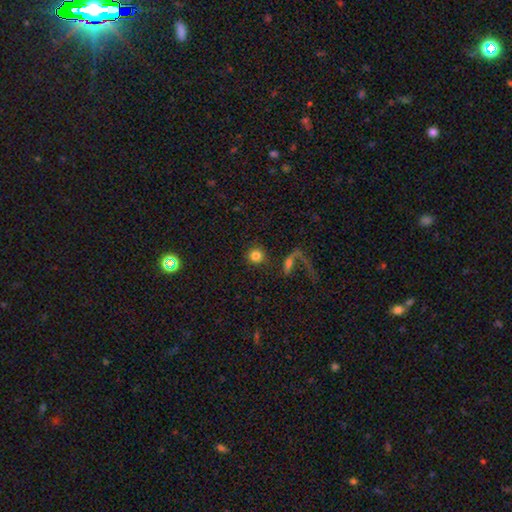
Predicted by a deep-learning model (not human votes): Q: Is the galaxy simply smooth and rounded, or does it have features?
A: smooth — 81%.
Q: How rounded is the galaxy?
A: round — 94%.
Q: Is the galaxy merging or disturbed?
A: none — 82%.